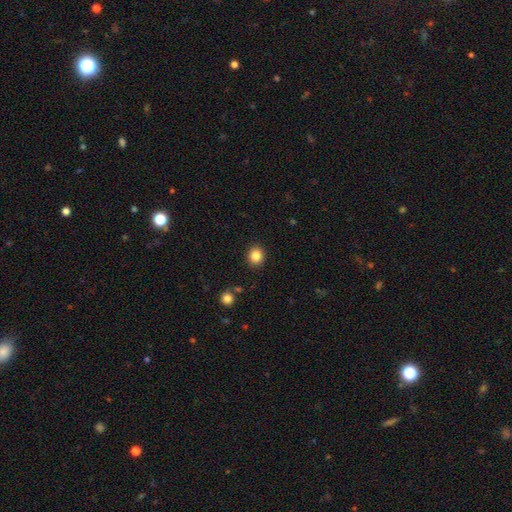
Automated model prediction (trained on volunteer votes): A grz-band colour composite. It shows a smooth galaxy with no disk features (84%) that is round (81%). Merging: none (90%).